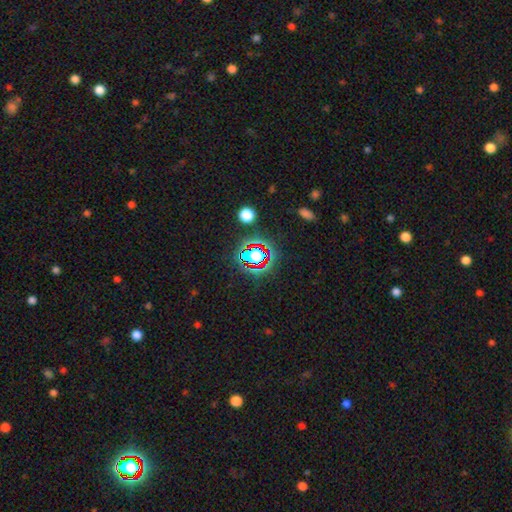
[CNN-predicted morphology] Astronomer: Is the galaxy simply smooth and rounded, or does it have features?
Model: star or artifact — 66%.